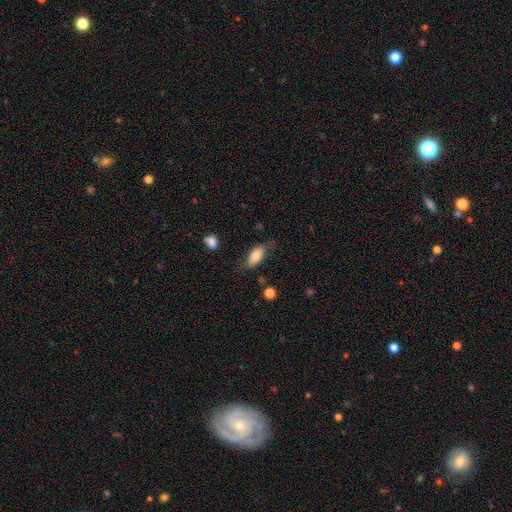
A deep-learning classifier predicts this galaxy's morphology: The model was most divided on "merging": none: 66%, minor disturbance: 24%, major disturbance: 8%, merger: 2%. More confident: how rounded — in between (83%); smooth or featured — smooth (77%).